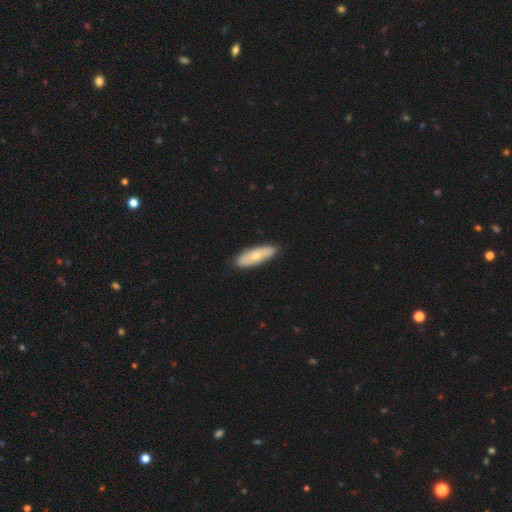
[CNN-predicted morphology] Smooth or featured? smooth (62%)
How rounded? in between (61%)
Merging? none (88%)